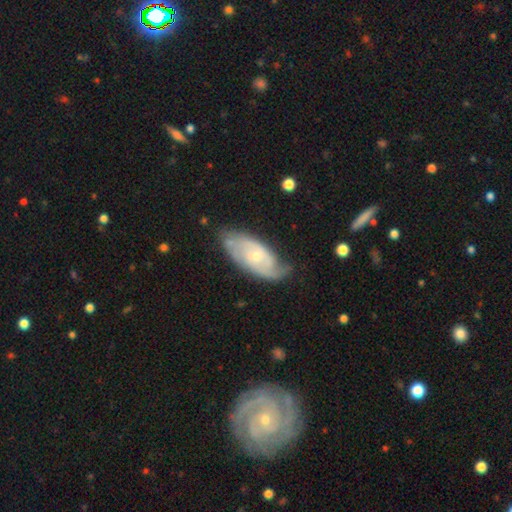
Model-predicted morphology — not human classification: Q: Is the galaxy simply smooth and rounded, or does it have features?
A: featured or disk — 76%.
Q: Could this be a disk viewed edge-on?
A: no — 93%.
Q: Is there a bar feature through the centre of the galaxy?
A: no — 69%.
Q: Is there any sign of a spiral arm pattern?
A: yes — 90%.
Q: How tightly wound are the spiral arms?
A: tight — 46%.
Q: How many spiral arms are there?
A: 2 — 55%.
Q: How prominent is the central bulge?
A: small — 67%.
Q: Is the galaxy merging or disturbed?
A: none — 66%.